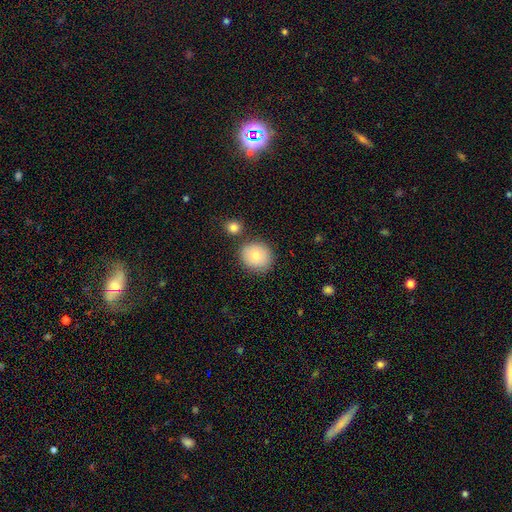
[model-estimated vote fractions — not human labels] Smooth or featured? smooth (81%)
How rounded? round (84%)
Merging? none (77%)